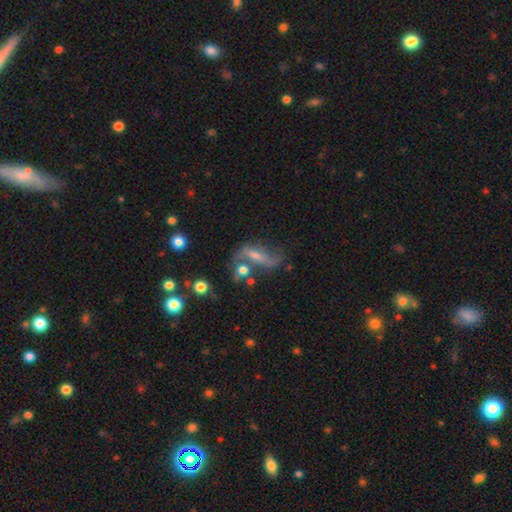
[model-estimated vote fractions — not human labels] A featured or disk galaxy (67%) with a weak bar (38%), spiral arms (80%) and a small central bulge (43%).

Vote fractions:
- Smooth or featured? featured or disk: 67% / smooth: 21% / star or artifact: 12%
- Edge-on disk? no: 85% / yes: 15%
- Bar? weak: 38% / no: 31% / strong: 31%
- Spiral arms? yes: 80% / no: 20%
- Bulge size? small: 43% / moderate: 37% / none: 13% / large: 5% / dominant: 2%
- Merging? none: 41% / merger: 20% / major disturbance: 19% / minor disturbance: 19%